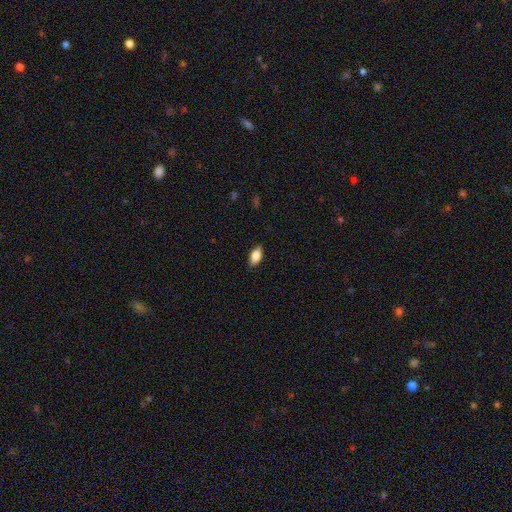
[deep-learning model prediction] Smooth or featured?
  - smooth: 82% *
  - featured or disk: 11%
  - star or artifact: 7%
How rounded?
  - in between: 89% *
  - cigar-shaped: 7%
  - round: 4%
Merging?
  - none: 86% *
  - minor disturbance: 11%
  - major disturbance: 2%
  - merger: 1%